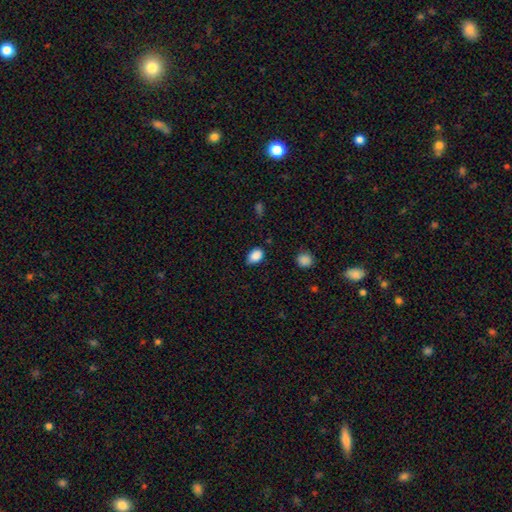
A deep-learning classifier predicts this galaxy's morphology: This is clearly a smooth galaxy (88%). How rounded: likely in between (79%). Merging: likely none (72%).